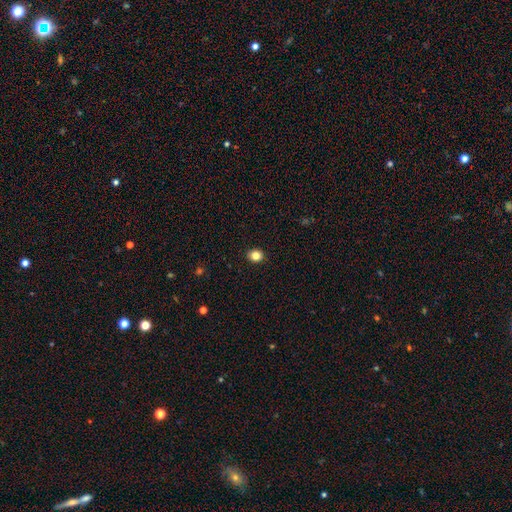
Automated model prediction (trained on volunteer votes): This appears to be a smooth galaxy with no disk features (84%) that is round (72%). Merging: none (92%).